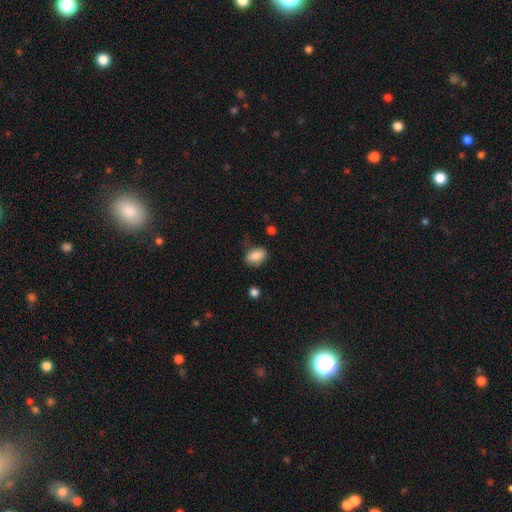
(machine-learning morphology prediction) smooth-or-featured: smooth: 86% | star or artifact: 8% | featured or disk: 6%
  how-rounded: in between: 87% | round: 12% | cigar-shaped: 2%
  merging: none: 68% | minor disturbance: 24% | major disturbance: 6% | merger: 2%